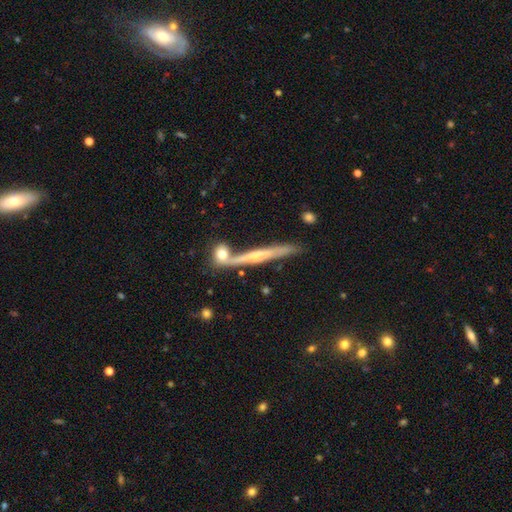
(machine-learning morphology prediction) Smooth or featured? featured or disk (66%)
Edge-on disk? yes (94%)
Edge-on bulge? rounded (56%)
Merging? none (69%)